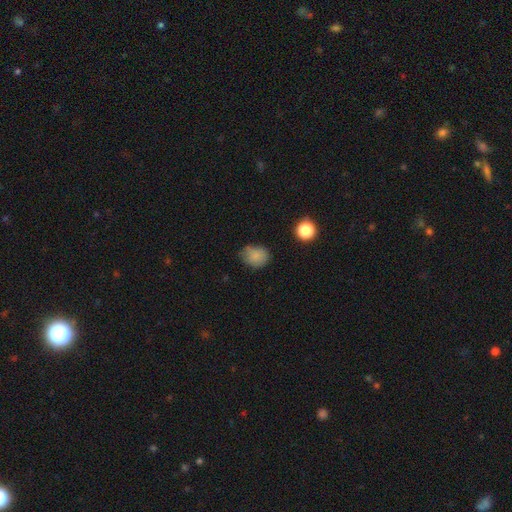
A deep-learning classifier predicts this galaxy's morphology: Smooth or featured? Predicted: smooth (p=0.82). How rounded? Predicted: round (p=0.57). Merging? Predicted: none (p=0.62).